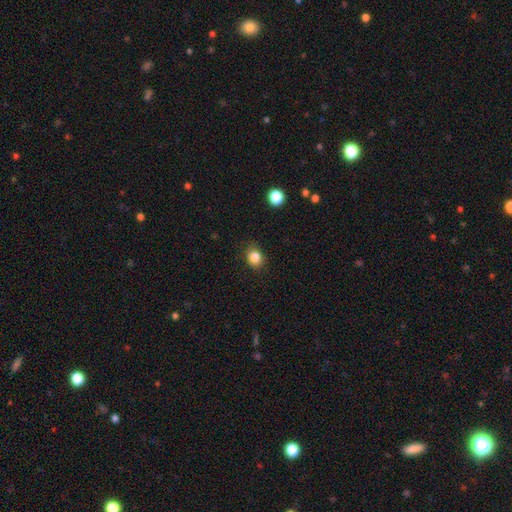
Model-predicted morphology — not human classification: smooth-or-featured: smooth: 85% | star or artifact: 11% | featured or disk: 4%
  how-rounded: round: 61% | in between: 38% | cigar-shaped: 1%
  merging: none: 81% | minor disturbance: 14% | major disturbance: 3% | merger: 2%